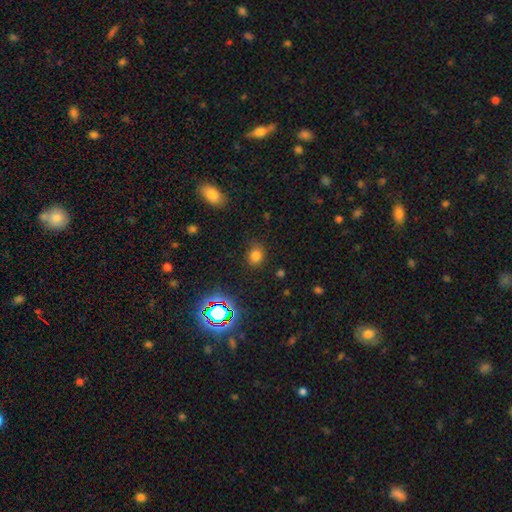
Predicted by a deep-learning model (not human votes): smooth_or_featured: smooth (p=0.74) [alt: star or artifact p=0.20]
how_rounded: round (p=0.64) [alt: in between p=0.35]
merging: none (p=0.80) [alt: minor disturbance p=0.14]